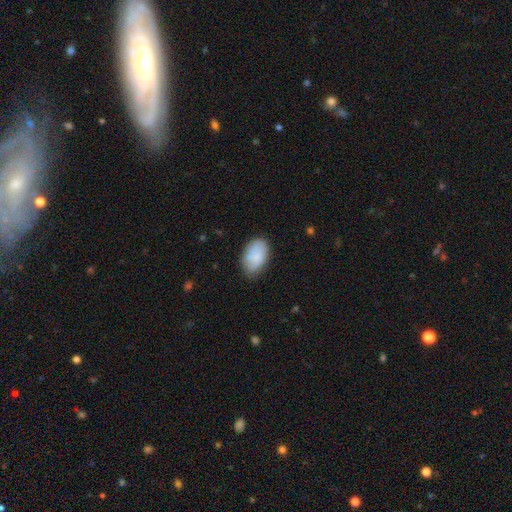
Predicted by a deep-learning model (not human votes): Smooth or featured? smooth (83%)
How rounded? in between (92%)
Merging? none (75%)